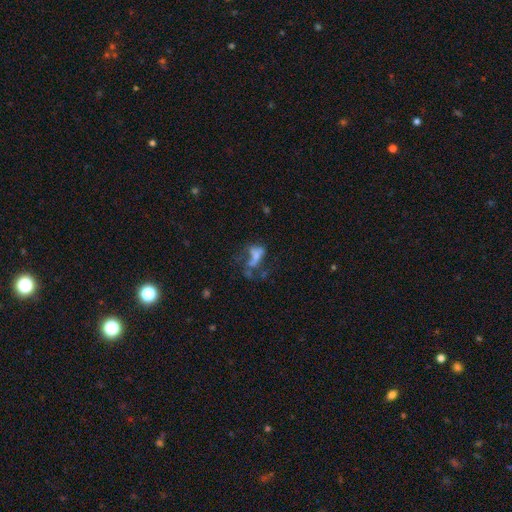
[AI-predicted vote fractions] This appears to be a featured or disk galaxy (44%). Merging: major disturbance (44%).